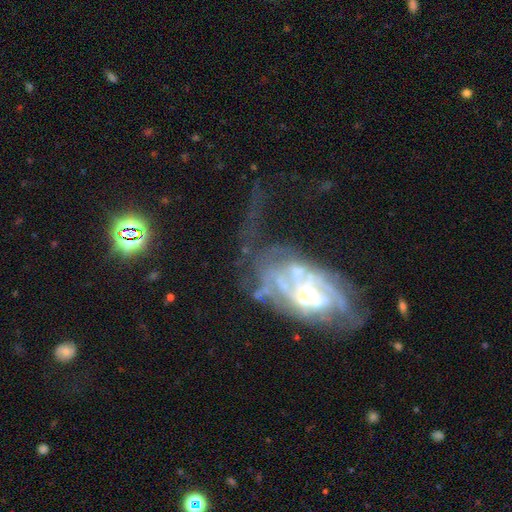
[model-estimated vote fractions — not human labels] smooth-or-featured: featured or disk: 69% | smooth: 15% | star or artifact: 15%
  disk-edge-on: no: 91% | yes: 9%
    bar: no: 66% | weak: 24% | strong: 10%
    has-spiral-arms: yes: 61% | no: 39%
    bulge-size: moderate: 45% | small: 36% | large: 9% | none: 8% | dominant: 3%
  merging: major disturbance: 41% | none: 23% | merger: 21% | minor disturbance: 15%